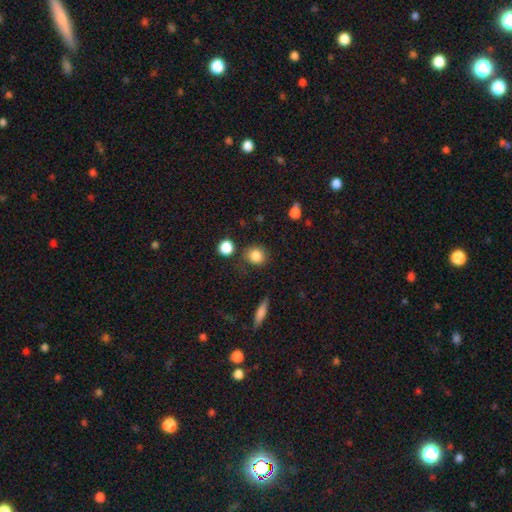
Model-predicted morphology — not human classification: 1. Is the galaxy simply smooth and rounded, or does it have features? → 85% smooth, 9% star or artifact, 5% featured or disk.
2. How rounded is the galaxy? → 82% round, 16% in between, 2% cigar-shaped.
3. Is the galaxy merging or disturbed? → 79% none, 12% minor disturbance, 5% merger, 4% major disturbance.